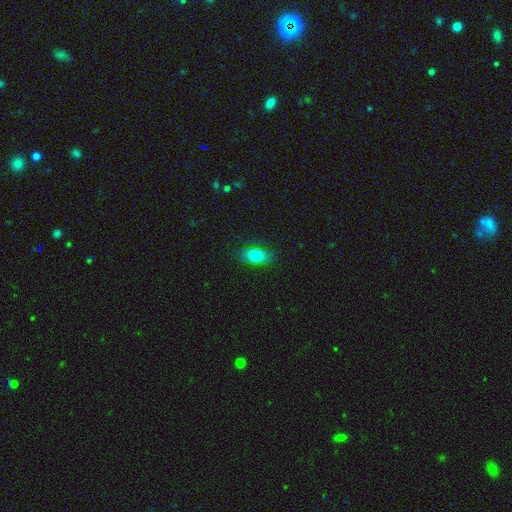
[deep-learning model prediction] This is likely a smooth galaxy (79%). How rounded: clearly in between (86%). Merging: likely none (75%).